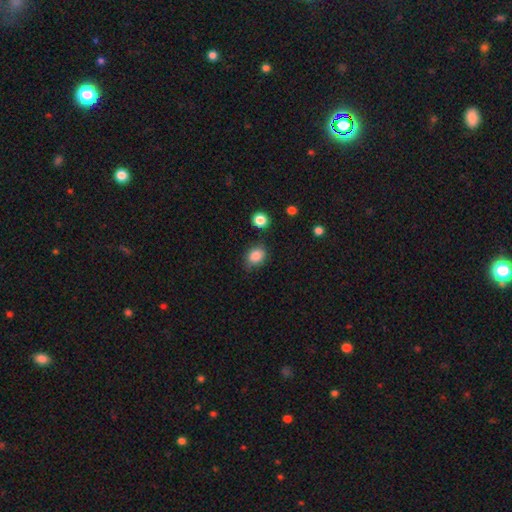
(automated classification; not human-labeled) This appears to be a smooth galaxy with no disk features (86%) that is in between round and cigar-shaped (62%). Merging: none (75%).